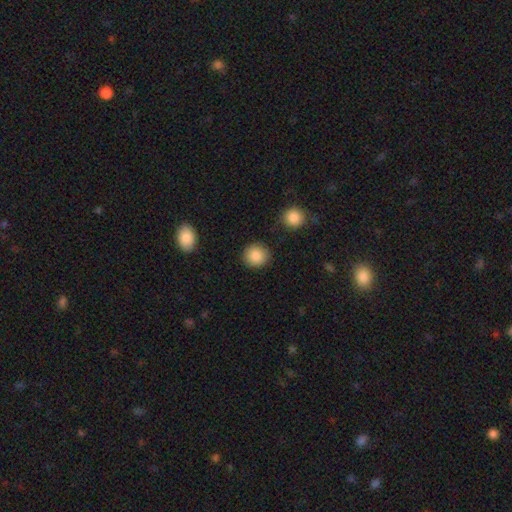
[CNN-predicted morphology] smooth_or_featured: smooth (p=0.88) [alt: star or artifact p=0.08]
how_rounded: round (p=0.90) [alt: in between p=0.09]
merging: none (p=0.88) [alt: minor disturbance p=0.07]